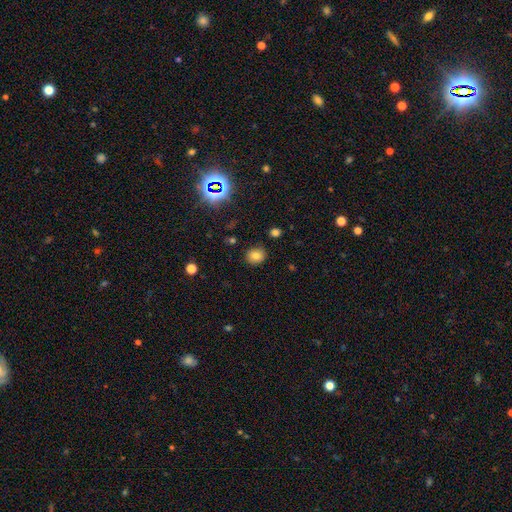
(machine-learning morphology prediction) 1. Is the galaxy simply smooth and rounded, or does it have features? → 77% smooth, 14% star or artifact, 9% featured or disk.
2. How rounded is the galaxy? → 75% round, 24% in between, 1% cigar-shaped.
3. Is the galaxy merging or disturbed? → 86% none, 9% minor disturbance, 2% major disturbance, 2% merger.